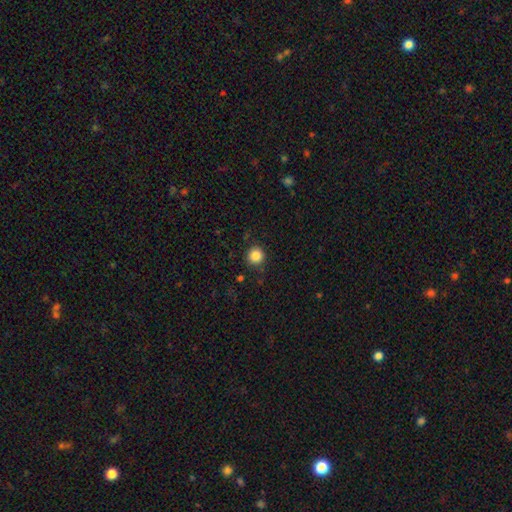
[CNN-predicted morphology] Smooth or featured: smooth — 85% (star or artifact — 11%)
How rounded: round — 93% (in between — 6%)
Merging: none — 89% (minor disturbance — 8%)